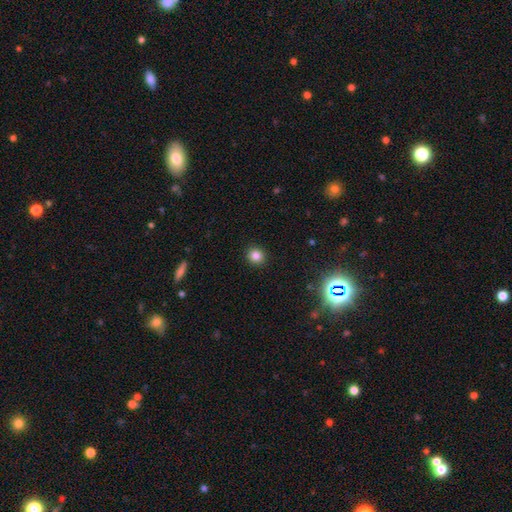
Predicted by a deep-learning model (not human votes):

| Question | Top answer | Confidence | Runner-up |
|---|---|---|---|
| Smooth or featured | smooth | 82% | star or artifact (13%) |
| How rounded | round | 89% | in between (10%) |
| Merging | none | 92% | minor disturbance (5%) |